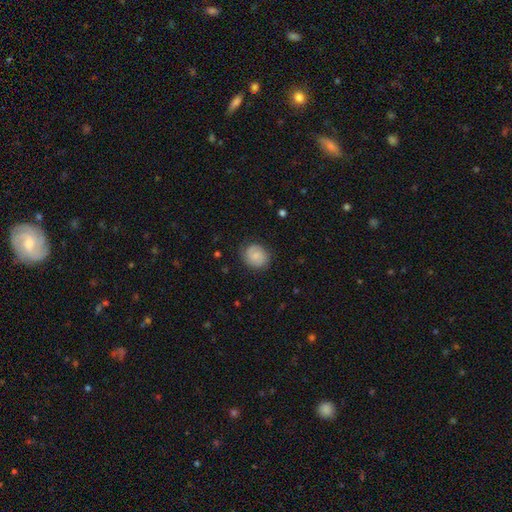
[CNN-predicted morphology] smooth_or_featured: smooth (p=0.58) [alt: featured or disk p=0.34]
how_rounded: round (p=0.70) [alt: in between p=0.29]
merging: none (p=0.81) [alt: minor disturbance p=0.14]